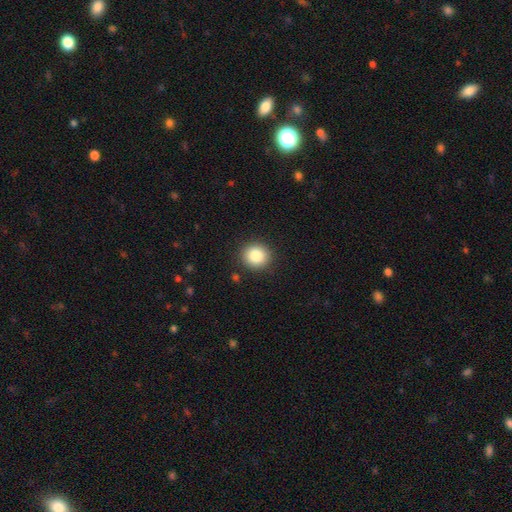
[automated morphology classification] This appears to be a smooth galaxy with no disk features (85%) that is round (89%). Merging: none (90%).